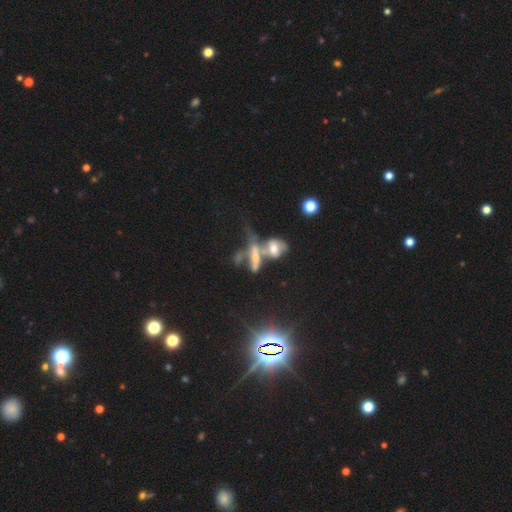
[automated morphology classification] type=featured or disk (46%); merging=merger (61%).